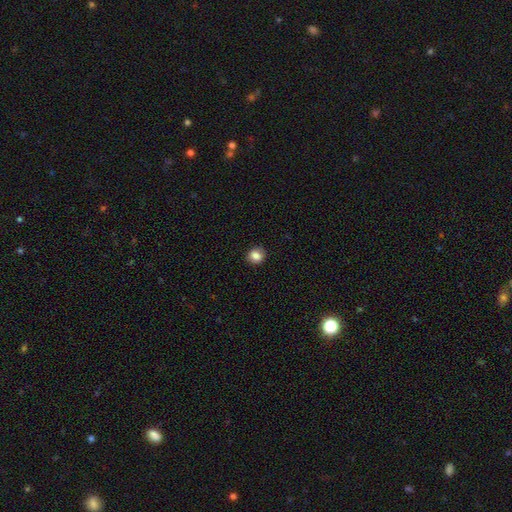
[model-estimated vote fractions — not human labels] Smooth or featured? Predicted: smooth (p=0.83). How rounded? Predicted: round (p=0.75). Merging? Predicted: none (p=0.87).